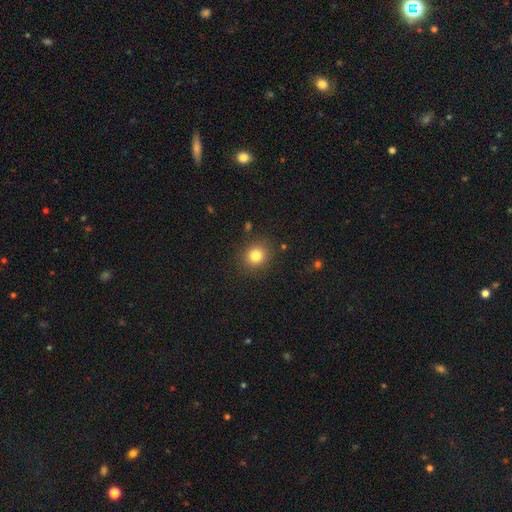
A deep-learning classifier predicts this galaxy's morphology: A smooth galaxy with no disk features (81%) that is round (82%).

Vote fractions:
- Smooth or featured? smooth: 81% / star or artifact: 12% / featured or disk: 7%
- How rounded? round: 82% / in between: 17% / cigar-shaped: 1%
- Merging? none: 87% / minor disturbance: 8% / major disturbance: 3% / merger: 2%